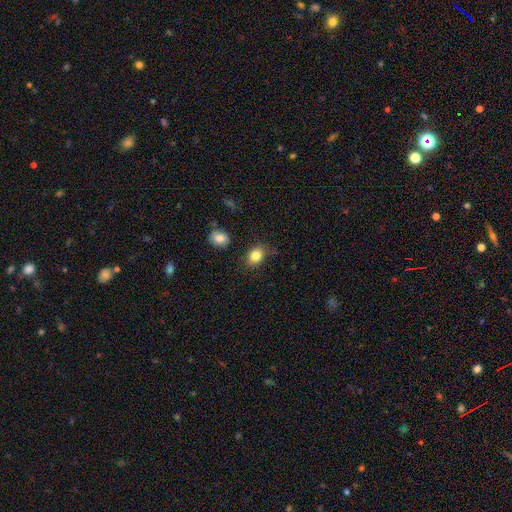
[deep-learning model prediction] Q: Smooth or featured?
A: smooth (83%); runner-up: star or artifact (10%)
Q: How rounded?
A: in between (65%); runner-up: round (34%)
Q: Merging?
A: none (78%); runner-up: minor disturbance (16%)